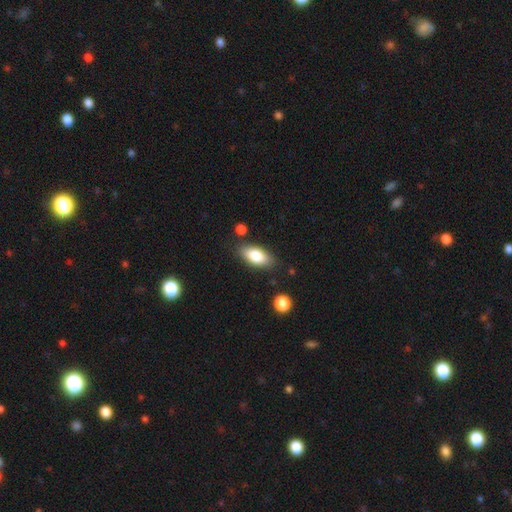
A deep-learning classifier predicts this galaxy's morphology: Smooth or featured?
  - smooth: 80% *
  - featured or disk: 13%
  - star or artifact: 7%
How rounded?
  - in between: 87% *
  - cigar-shaped: 10%
  - round: 3%
Merging?
  - none: 82% *
  - minor disturbance: 12%
  - merger: 4%
  - major disturbance: 3%